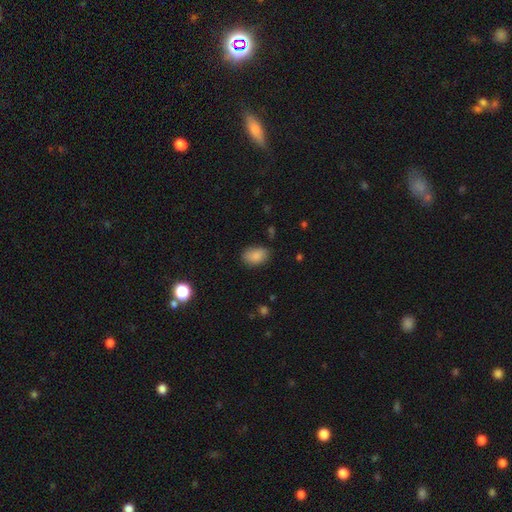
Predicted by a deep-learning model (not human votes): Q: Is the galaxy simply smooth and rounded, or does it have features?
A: smooth — 87%.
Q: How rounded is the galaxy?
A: in between — 87%.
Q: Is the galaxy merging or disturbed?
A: none — 74%.